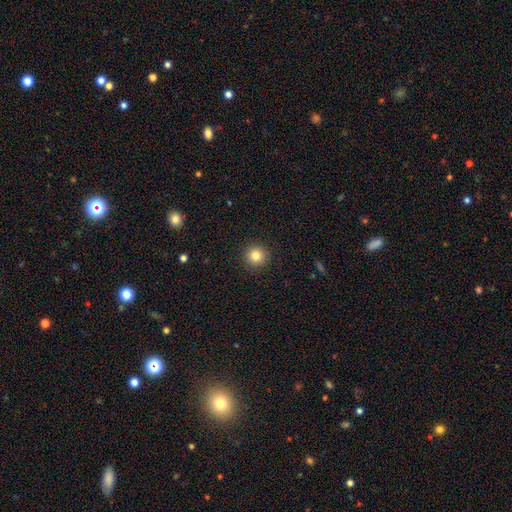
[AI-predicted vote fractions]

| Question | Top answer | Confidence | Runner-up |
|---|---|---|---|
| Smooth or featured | smooth | 83% | star or artifact (11%) |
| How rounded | round | 95% | in between (4%) |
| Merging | none | 92% | minor disturbance (5%) |